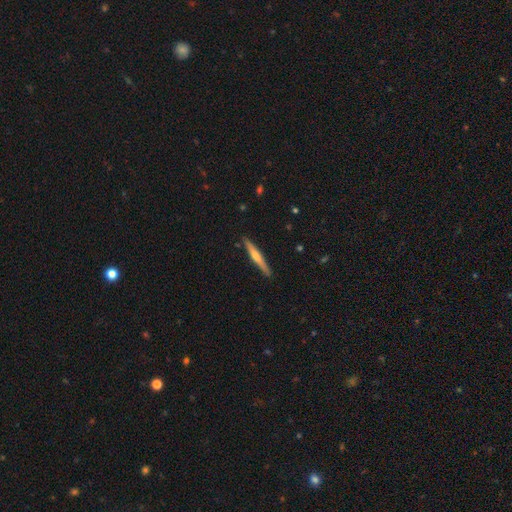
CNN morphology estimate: A featured or disk galaxy (62%) viewed edge-on (97%) with a rounded central bulge (79%). Merging: none (90%).